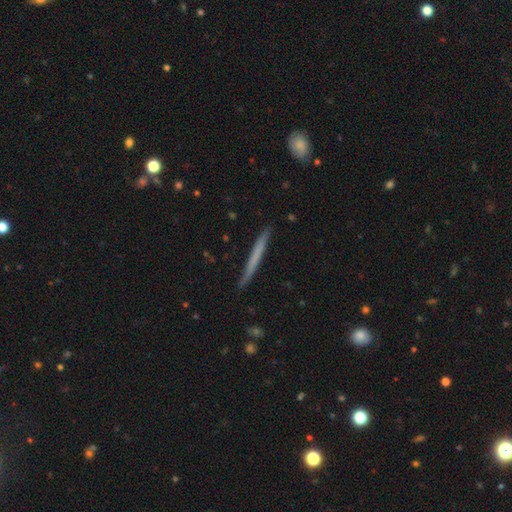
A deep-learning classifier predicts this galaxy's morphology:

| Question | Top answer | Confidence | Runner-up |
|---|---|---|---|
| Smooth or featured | smooth | 54% | featured or disk (40%) |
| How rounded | cigar-shaped | 97% | in between (2%) |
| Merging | none | 89% | minor disturbance (9%) |